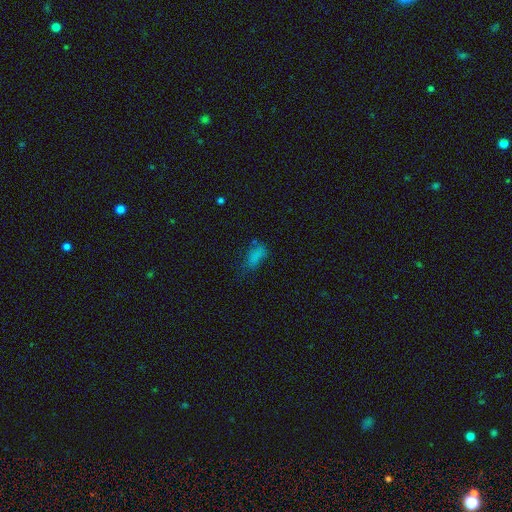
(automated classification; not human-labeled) Smooth or featured? smooth (73%)
How rounded? in between (83%)
Merging? none (46%)